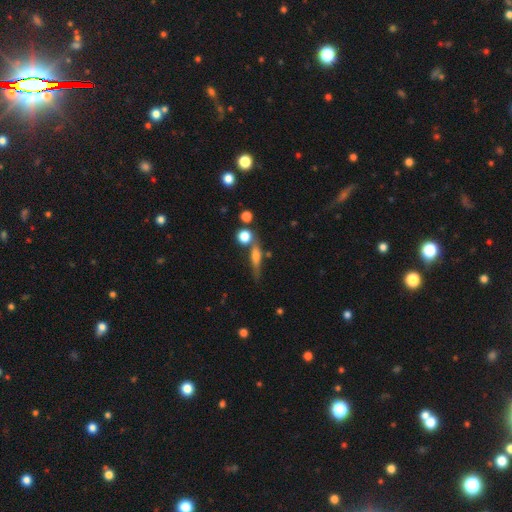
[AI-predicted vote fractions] This appears to be a smooth galaxy with no disk features (48%). Merging: none (57%).